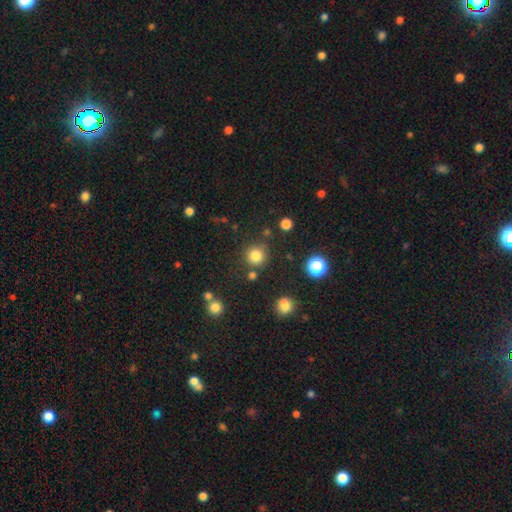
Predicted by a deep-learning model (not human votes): smooth 81%, star or artifact 14%, featured or disk 5%. Down the decision tree: how rounded — round (93%); merging — none (82%).